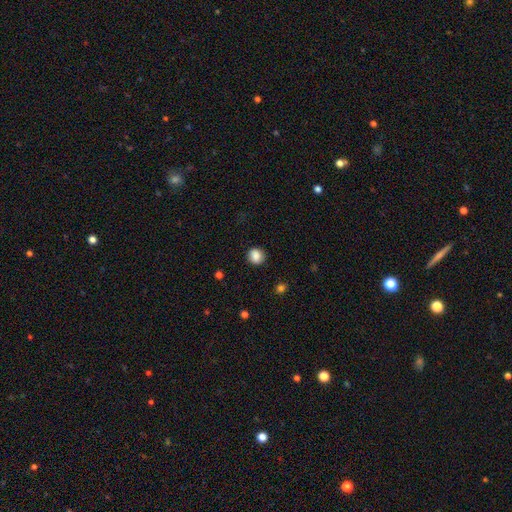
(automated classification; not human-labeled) Q: Smooth or featured?
A: smooth (87%); runner-up: star or artifact (9%)
Q: How rounded?
A: round (84%); runner-up: in between (15%)
Q: Merging?
A: none (89%); runner-up: minor disturbance (8%)